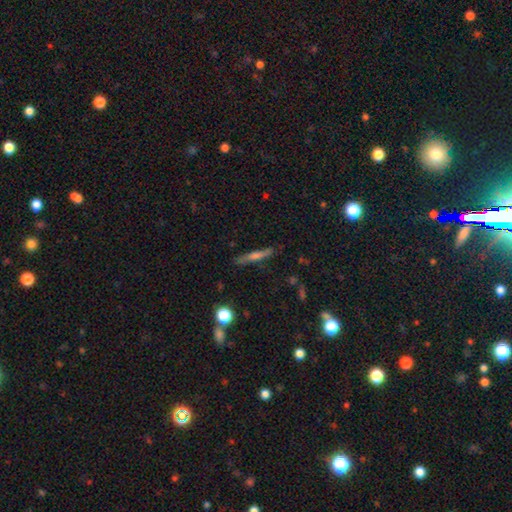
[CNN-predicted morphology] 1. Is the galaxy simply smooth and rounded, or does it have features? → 46% featured or disk, 44% smooth, 10% star or artifact.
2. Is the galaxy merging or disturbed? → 85% none, 11% minor disturbance, 3% major disturbance, 2% merger.